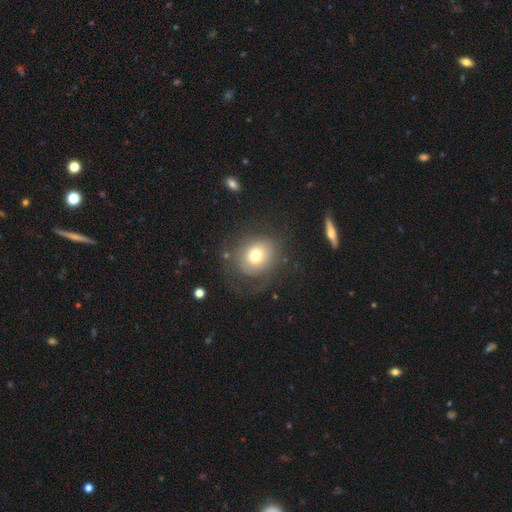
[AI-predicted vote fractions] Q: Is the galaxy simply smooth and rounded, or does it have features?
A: smooth — 66%.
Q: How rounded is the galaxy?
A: round — 73%.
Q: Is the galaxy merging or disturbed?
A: none — 67%.